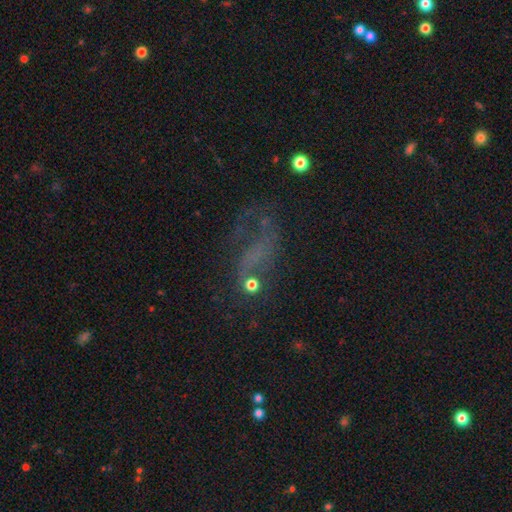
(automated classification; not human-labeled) Smooth or featured?
  - featured or disk: 42% *
  - star or artifact: 30%
  - smooth: 28%
Merging?
  - none: 38% *
  - major disturbance: 37%
  - minor disturbance: 19%
  - merger: 6%